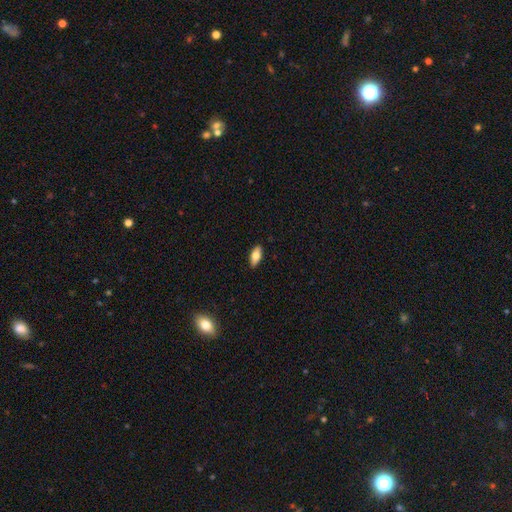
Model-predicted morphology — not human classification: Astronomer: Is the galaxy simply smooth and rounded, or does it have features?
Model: smooth — 74%.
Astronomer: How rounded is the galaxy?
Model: in between — 84%.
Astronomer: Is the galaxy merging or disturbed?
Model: none — 88%.